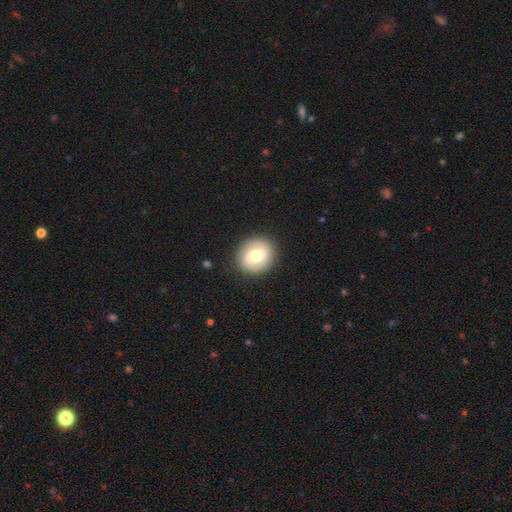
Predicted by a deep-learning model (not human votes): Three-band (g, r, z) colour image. It shows a smooth galaxy with no disk features (57%) that is round (85%). Merging: none (89%).